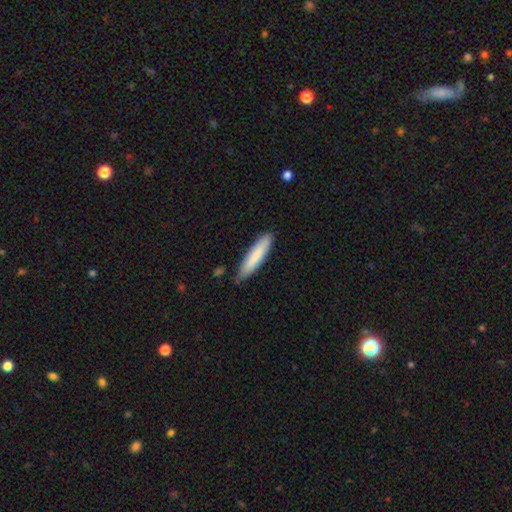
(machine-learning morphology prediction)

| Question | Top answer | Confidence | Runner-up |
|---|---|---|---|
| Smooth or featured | smooth | 82% | featured or disk (13%) |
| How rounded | cigar-shaped | 84% | in between (15%) |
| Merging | none | 82% | minor disturbance (14%) |